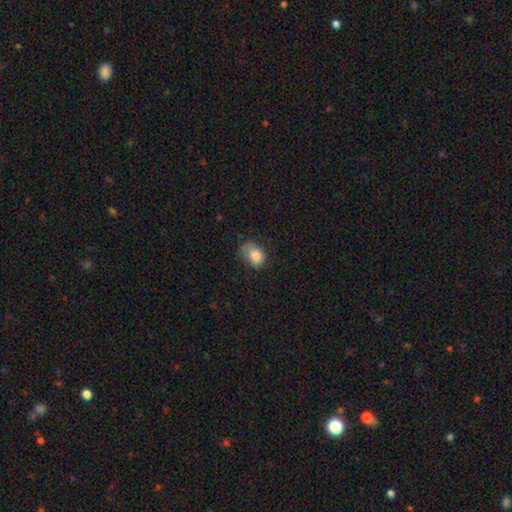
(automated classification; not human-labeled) Smooth or featured? smooth (80%)
How rounded? in between (68%)
Merging? none (47%)